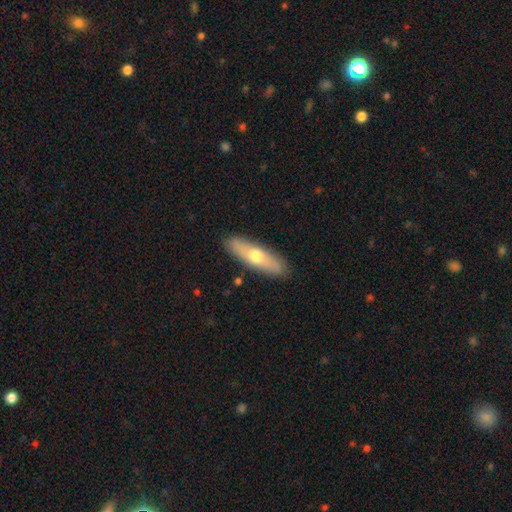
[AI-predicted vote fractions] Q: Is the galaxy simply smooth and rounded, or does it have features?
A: smooth — 54%.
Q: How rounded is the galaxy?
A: cigar-shaped — 63%.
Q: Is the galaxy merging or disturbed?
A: none — 89%.